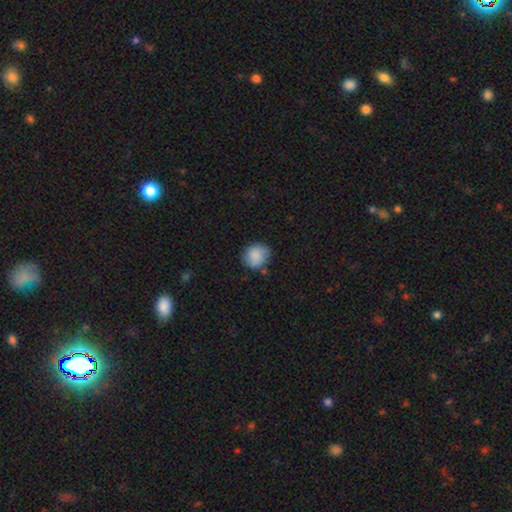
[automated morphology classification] Smooth or featured? smooth (86%)
How rounded? round (78%)
Merging? none (76%)